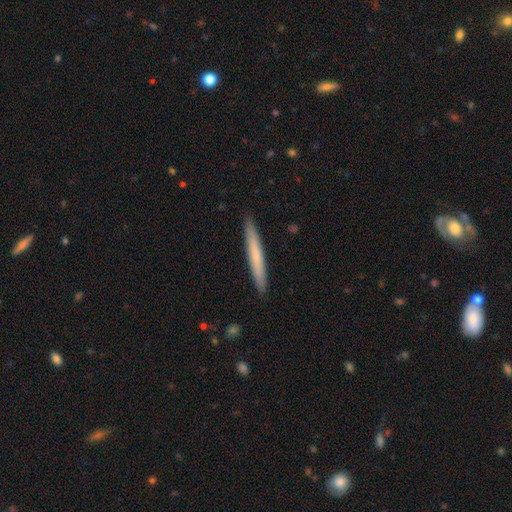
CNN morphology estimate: Smooth or featured? smooth (64%)
How rounded? cigar-shaped (97%)
Merging? none (92%)